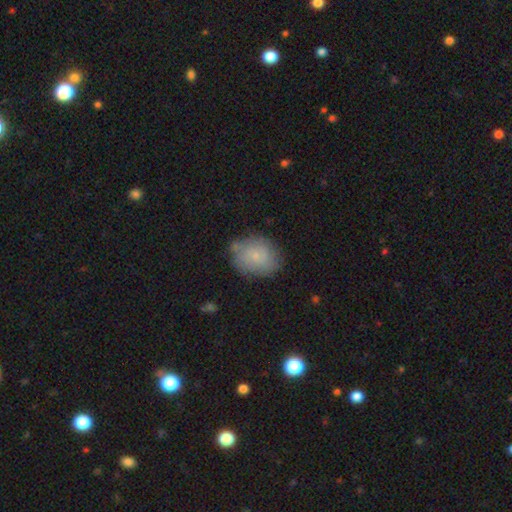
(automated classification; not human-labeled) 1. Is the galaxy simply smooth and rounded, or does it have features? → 71% smooth, 21% featured or disk, 9% star or artifact.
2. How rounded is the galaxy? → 54% round, 45% in between, 1% cigar-shaped.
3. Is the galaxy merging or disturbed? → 69% none, 21% minor disturbance, 5% major disturbance, 4% merger.